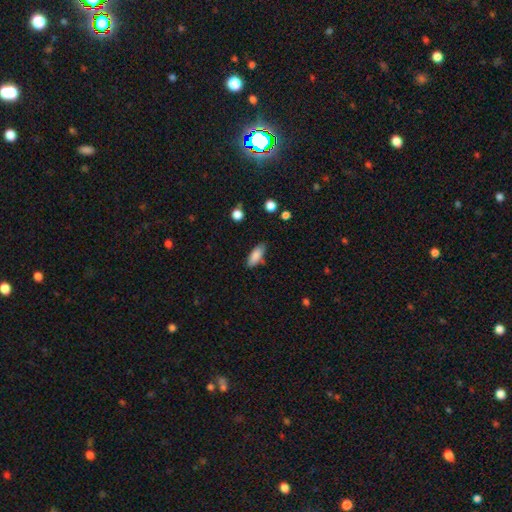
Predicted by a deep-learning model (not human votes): smooth_or_featured: smooth (p=0.86) [alt: featured or disk p=0.07]
how_rounded: in between (p=0.82) [alt: cigar-shaped p=0.16]
merging: none (p=0.78) [alt: minor disturbance p=0.17]